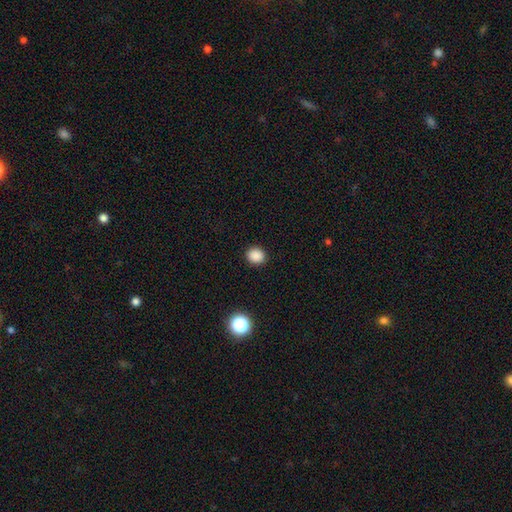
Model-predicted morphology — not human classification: smooth 87%, star or artifact 10%, featured or disk 2%. Down the decision tree: how rounded — round (71%); merging — none (91%).